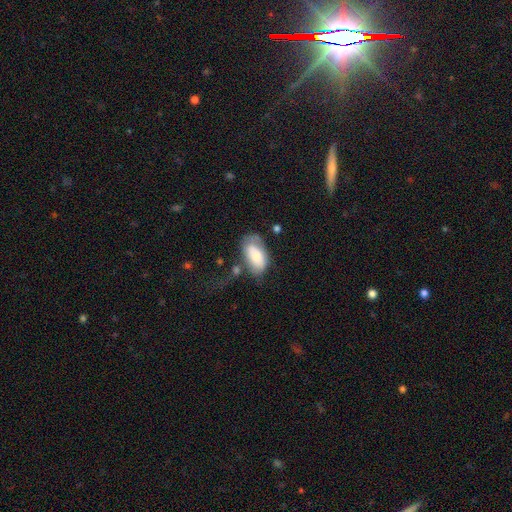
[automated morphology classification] type=smooth (70%); roundness=in between (93%); merging=none (39%).